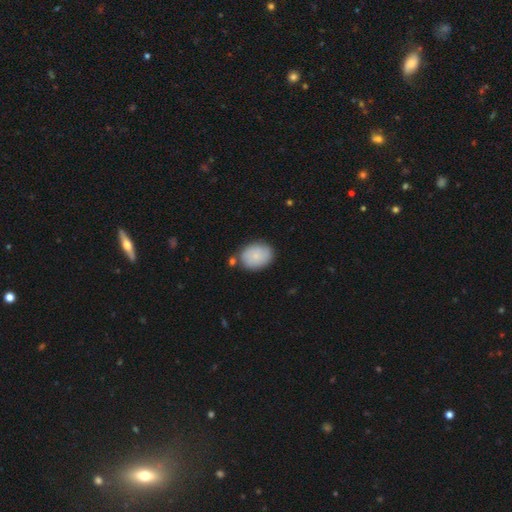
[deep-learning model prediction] Smooth or featured? Predicted: smooth (p=0.82). How rounded? Predicted: in between (p=0.76). Merging? Predicted: none (p=0.74).